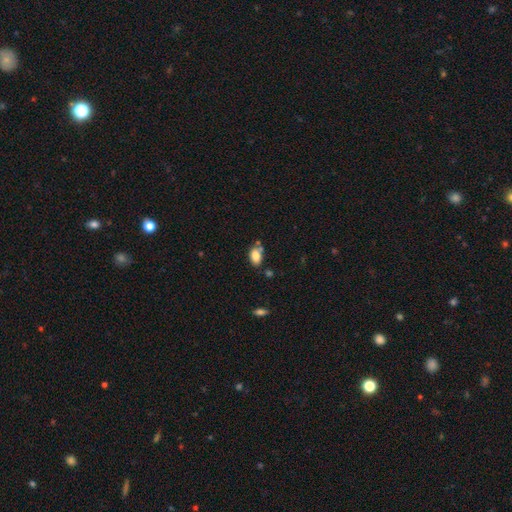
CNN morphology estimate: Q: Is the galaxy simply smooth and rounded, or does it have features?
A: smooth — 82%.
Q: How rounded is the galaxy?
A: in between — 89%.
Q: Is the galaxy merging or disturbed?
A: none — 61%.